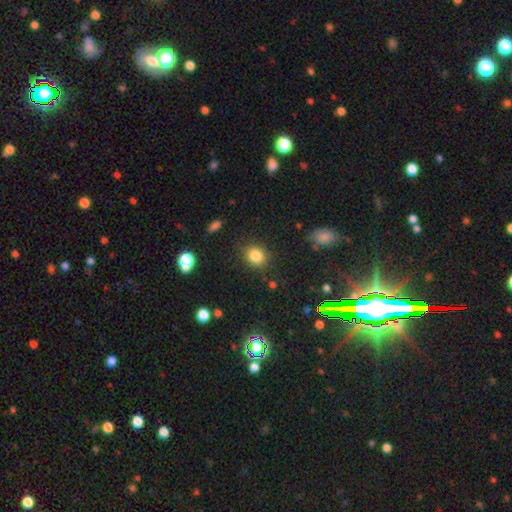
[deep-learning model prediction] Smooth or featured? Predicted: smooth (p=0.83). How rounded? Predicted: round (p=0.68). Merging? Predicted: none (p=0.84).